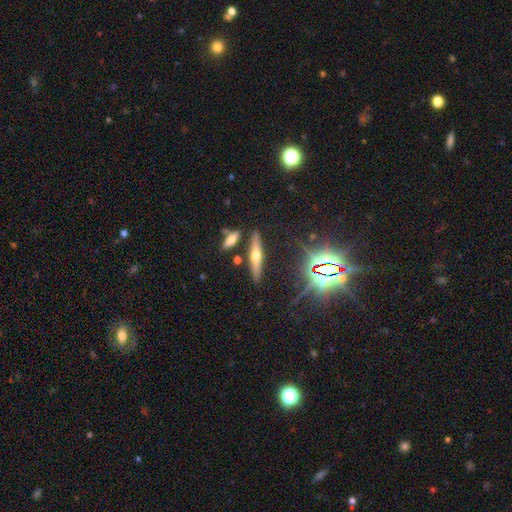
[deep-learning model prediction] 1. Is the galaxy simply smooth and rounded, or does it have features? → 47% featured or disk, 38% smooth, 14% star or artifact.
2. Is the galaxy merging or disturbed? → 81% none, 10% minor disturbance, 7% merger, 3% major disturbance.